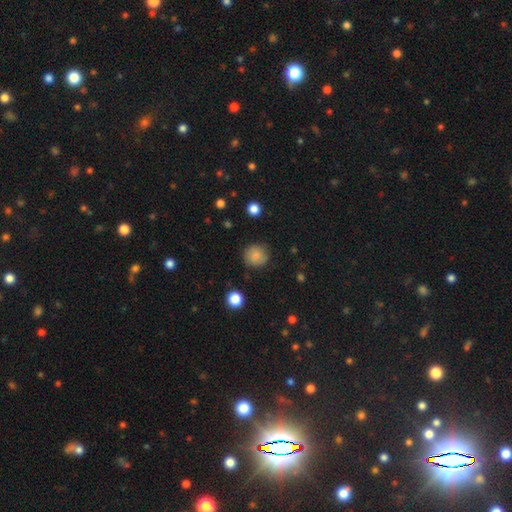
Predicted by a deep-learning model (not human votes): smooth-or-featured: smooth: 82% | star or artifact: 9% | featured or disk: 9%
  how-rounded: round: 91% | in between: 8% | cigar-shaped: 1%
  merging: none: 84% | minor disturbance: 12% | major disturbance: 3% | merger: 1%